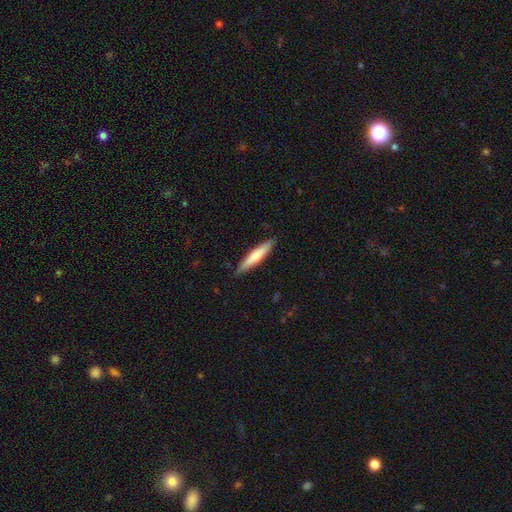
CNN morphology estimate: smooth_or_featured: smooth (p=0.61) [alt: featured or disk p=0.34]
how_rounded: cigar-shaped (p=0.88) [alt: in between p=0.11]
merging: none (p=0.88) [alt: minor disturbance p=0.09]